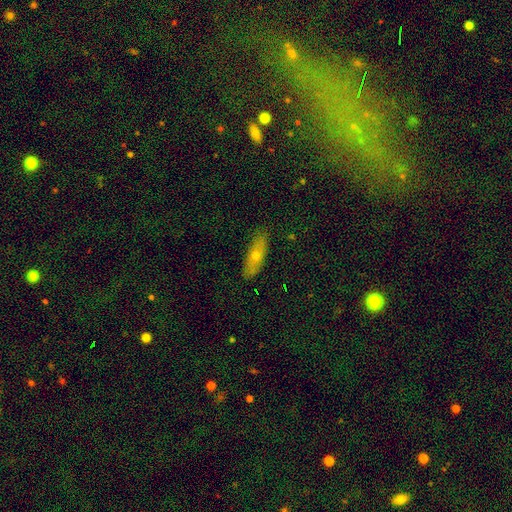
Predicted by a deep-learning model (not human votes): A smooth galaxy with no disk features (60%) that is cigar-shaped (55%).

Vote fractions:
- Smooth or featured? smooth: 60% / featured or disk: 32% / star or artifact: 8%
- How rounded? cigar-shaped: 55% / in between: 42% / round: 3%
- Merging? none: 85% / minor disturbance: 12% / major disturbance: 2% / merger: 1%